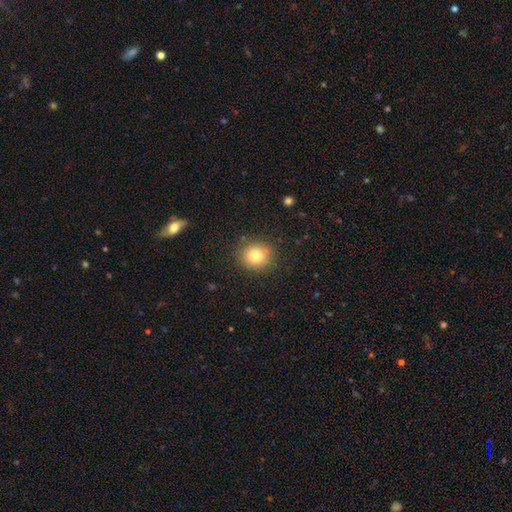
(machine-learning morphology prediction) This appears to be a smooth galaxy with no disk features (80%) that is round (88%). Merging: none (87%).